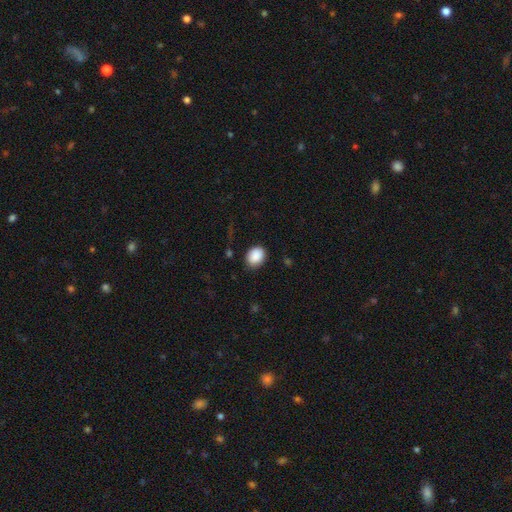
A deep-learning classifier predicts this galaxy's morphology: Smooth or featured?
  - smooth: 89% *
  - star or artifact: 7%
  - featured or disk: 3%
How rounded?
  - in between: 60% *
  - round: 39%
  - cigar-shaped: 1%
Merging?
  - none: 82% *
  - minor disturbance: 13%
  - major disturbance: 3%
  - merger: 1%